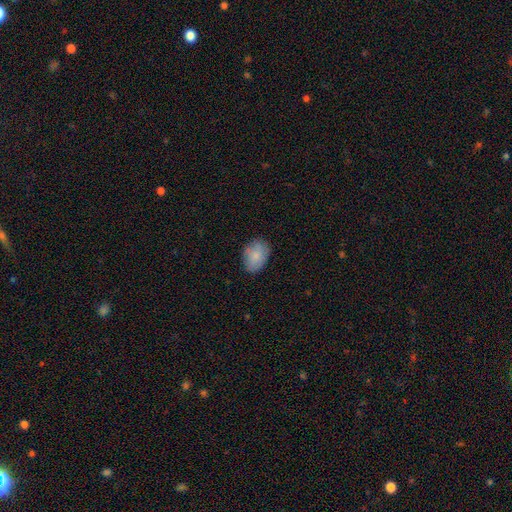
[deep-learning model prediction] This appears to be a smooth galaxy with no disk features (81%) that is in between round and cigar-shaped (78%). Merging: none (80%).